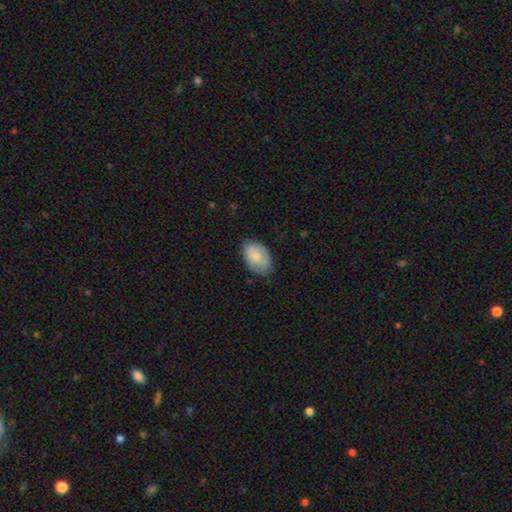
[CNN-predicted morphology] type=smooth (80%); roundness=in between (90%); merging=none (73%).